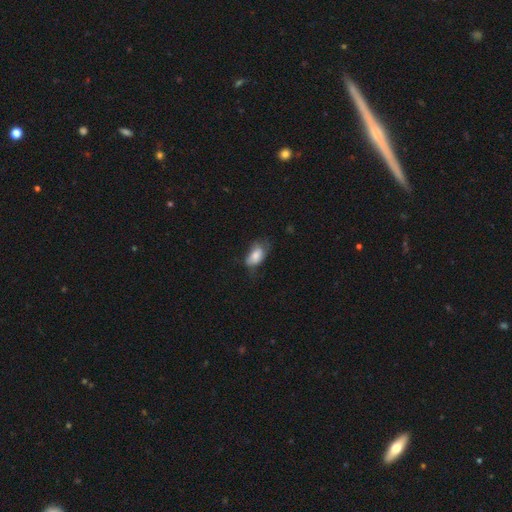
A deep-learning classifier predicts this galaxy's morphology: smooth-or-featured: smooth: 77% | featured or disk: 15% | star or artifact: 8%
  how-rounded: in between: 91% | round: 5% | cigar-shaped: 4%
  merging: none: 46% | minor disturbance: 33% | major disturbance: 18% | merger: 2%